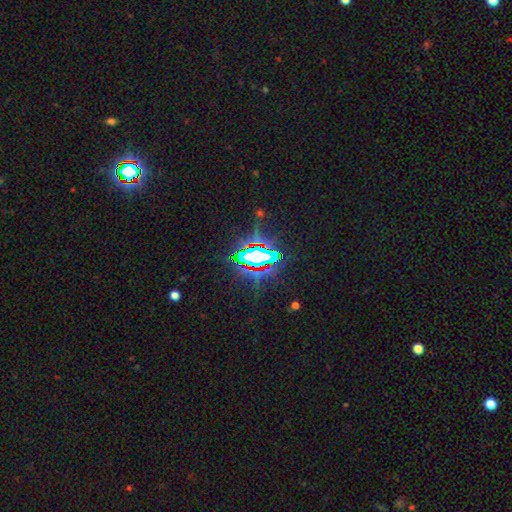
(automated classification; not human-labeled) This appears to be a star or artifact, not a galaxy (71%).